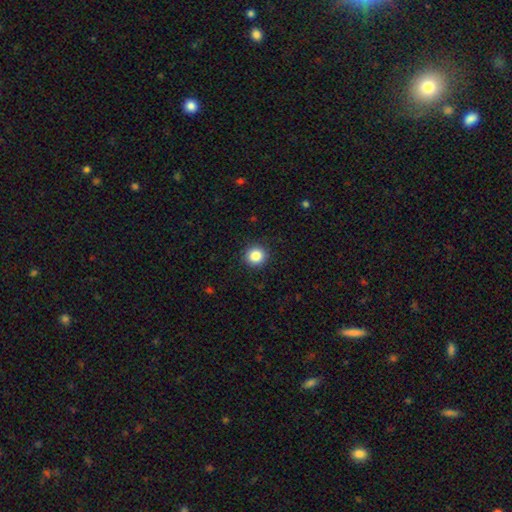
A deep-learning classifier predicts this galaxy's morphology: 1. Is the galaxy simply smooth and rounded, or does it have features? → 86% smooth, 10% star or artifact, 5% featured or disk.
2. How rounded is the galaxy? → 92% round, 7% in between, 1% cigar-shaped.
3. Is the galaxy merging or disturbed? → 91% none, 6% minor disturbance, 2% major disturbance, 1% merger.